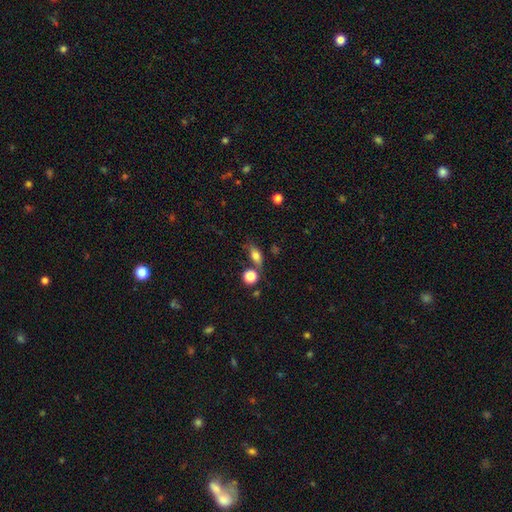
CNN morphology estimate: Smooth or featured? Predicted: smooth (p=0.72). How rounded? Predicted: in between (p=0.73). Merging? Predicted: none (p=0.64).